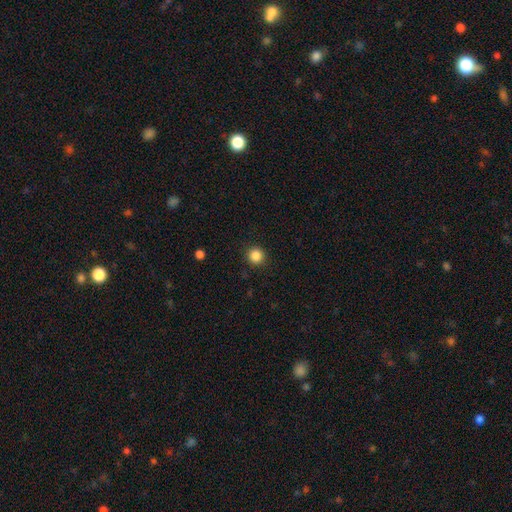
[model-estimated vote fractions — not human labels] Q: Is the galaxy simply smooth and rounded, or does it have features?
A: smooth — 86%.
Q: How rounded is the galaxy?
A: round — 95%.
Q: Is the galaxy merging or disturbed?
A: none — 92%.